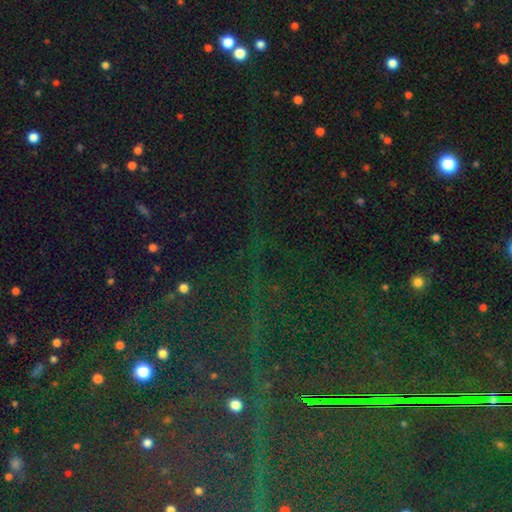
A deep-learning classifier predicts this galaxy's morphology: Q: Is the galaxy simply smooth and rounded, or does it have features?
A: star or artifact — 86%.